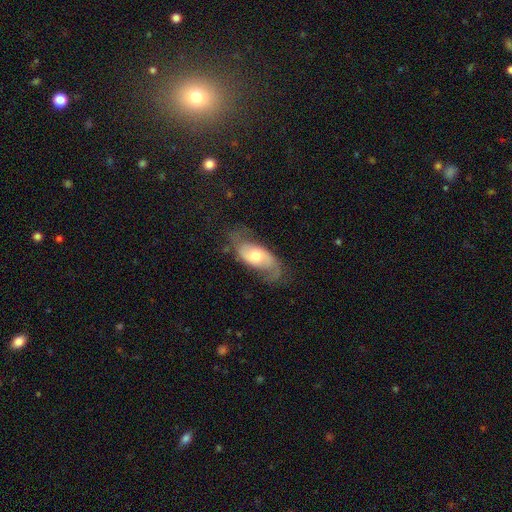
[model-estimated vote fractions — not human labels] Smooth or featured? featured or disk (66%)
Edge-on disk? no (91%)
Bar? no (60%)
Spiral arms? yes (85%)
Spiral winding? loose (52%)
Spiral arm count? 2 (81%)
Bulge size? moderate (66%)
Merging? none (57%)